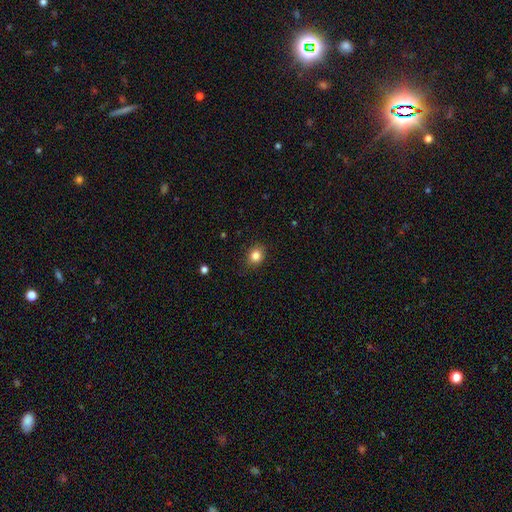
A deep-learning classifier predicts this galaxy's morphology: Smooth or featured?
  - smooth: 84% *
  - star or artifact: 11%
  - featured or disk: 6%
How rounded?
  - round: 65% *
  - in between: 34%
  - cigar-shaped: 1%
Merging?
  - none: 86% *
  - minor disturbance: 10%
  - major disturbance: 3%
  - merger: 1%